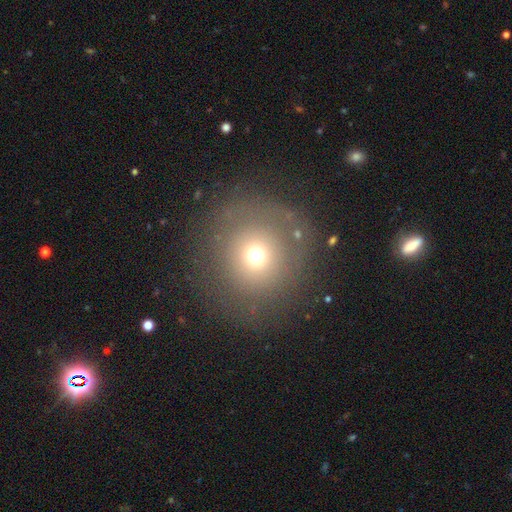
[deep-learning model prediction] The model was most divided on "smooth or featured": smooth: 65%, star or artifact: 19%, featured or disk: 16%. More confident: how rounded — round (92%); merging — none (73%).